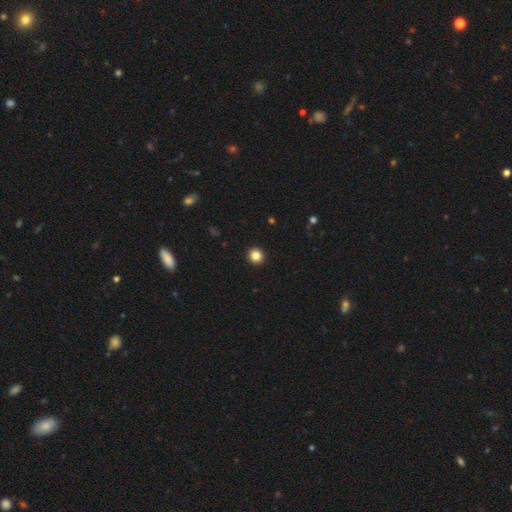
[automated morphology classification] Smooth or featured? Predicted: smooth (p=0.85). How rounded? Predicted: round (p=0.90). Merging? Predicted: none (p=0.94).